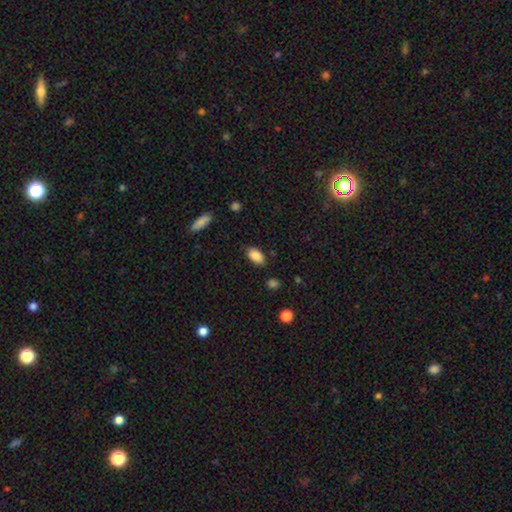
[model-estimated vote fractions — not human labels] smooth_or_featured: smooth (p=0.88) [alt: star or artifact p=0.08]
how_rounded: in between (p=0.93) [alt: round p=0.05]
merging: none (p=0.83) [alt: minor disturbance p=0.13]